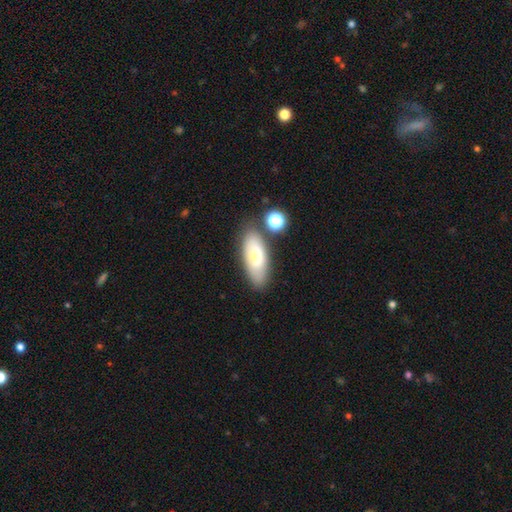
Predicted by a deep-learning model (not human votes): Smooth or featured? smooth (69%)
How rounded? in between (77%)
Merging? none (75%)